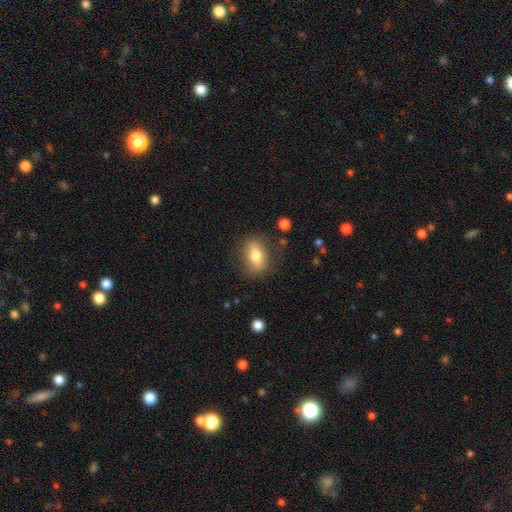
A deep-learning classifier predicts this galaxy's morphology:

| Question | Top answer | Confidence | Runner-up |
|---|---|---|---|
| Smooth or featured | smooth | 66% | featured or disk (26%) |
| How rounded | in between | 74% | round (17%) |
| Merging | none | 80% | minor disturbance (14%) |